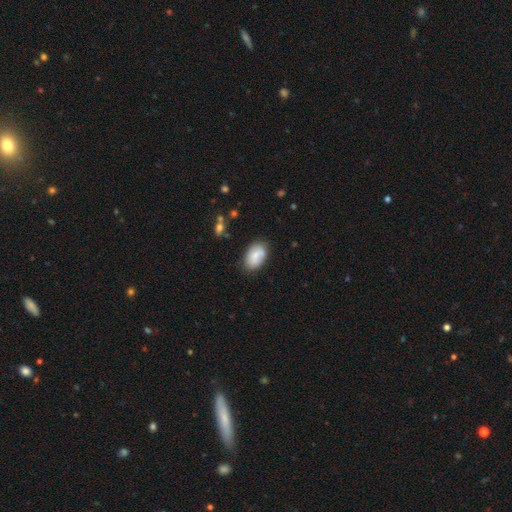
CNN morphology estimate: A smooth galaxy with no disk features (76%) that is in between round and cigar-shaped (91%). Merging: none (73%).